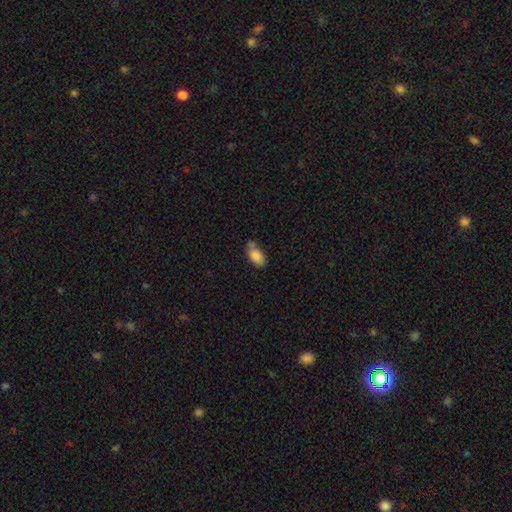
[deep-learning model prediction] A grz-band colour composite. It shows a smooth galaxy with no disk features (83%) that is in between round and cigar-shaped (91%). Merging: none (49%).